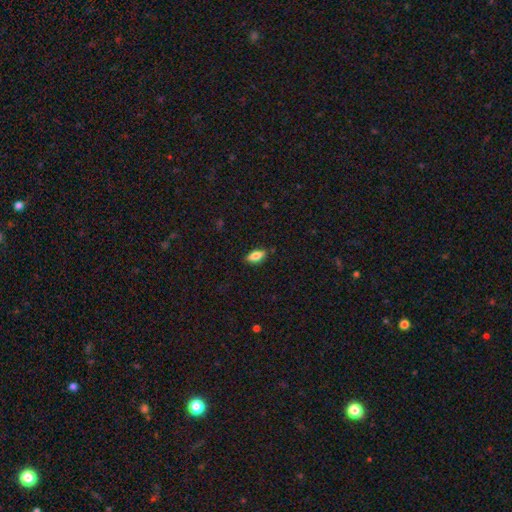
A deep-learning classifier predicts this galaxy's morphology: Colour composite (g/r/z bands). It shows a smooth galaxy with no disk features (79%) that is in between round and cigar-shaped (82%). Merging: none (86%).